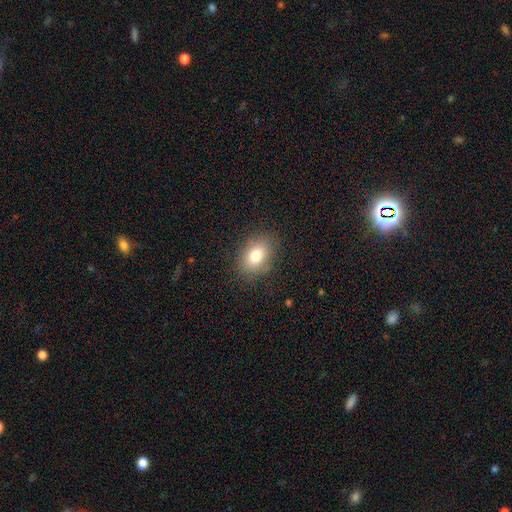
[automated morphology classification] A smooth galaxy with no disk features (78%) that is in between round and cigar-shaped (73%).

Vote fractions:
- Smooth or featured? smooth: 78% / featured or disk: 11% / star or artifact: 10%
- How rounded? in between: 73% / round: 26% / cigar-shaped: 1%
- Merging? none: 84% / minor disturbance: 11% / major disturbance: 4% / merger: 1%